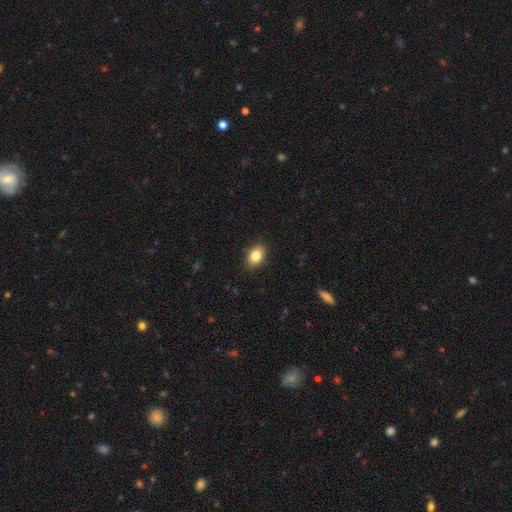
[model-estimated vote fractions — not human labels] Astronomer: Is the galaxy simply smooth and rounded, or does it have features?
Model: smooth — 84%.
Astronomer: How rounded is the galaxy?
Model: in between — 80%.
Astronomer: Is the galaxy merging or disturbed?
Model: none — 88%.